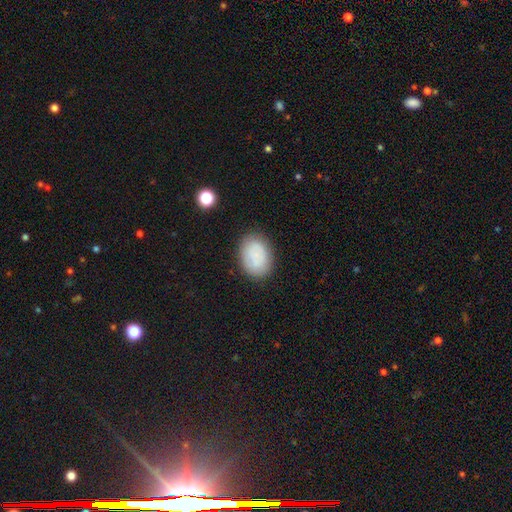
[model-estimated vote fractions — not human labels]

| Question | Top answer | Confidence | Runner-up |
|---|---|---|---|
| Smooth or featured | smooth | 76% | featured or disk (15%) |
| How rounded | in between | 79% | round (20%) |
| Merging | none | 81% | minor disturbance (13%) |